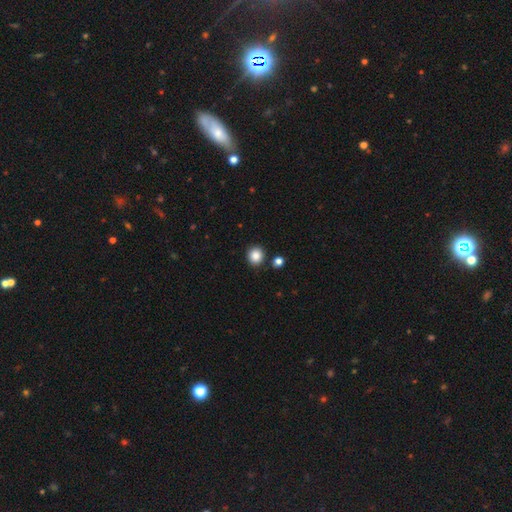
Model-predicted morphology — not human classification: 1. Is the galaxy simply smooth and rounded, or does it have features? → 86% smooth, 10% star or artifact, 4% featured or disk.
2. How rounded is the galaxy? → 85% round, 14% in between, 1% cigar-shaped.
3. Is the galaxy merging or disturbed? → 87% none, 7% minor disturbance, 4% merger, 2% major disturbance.